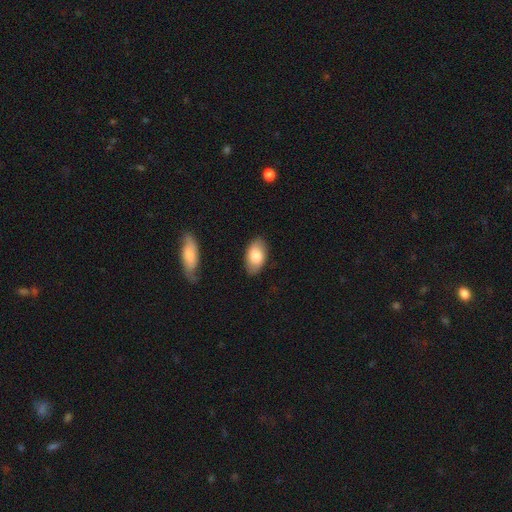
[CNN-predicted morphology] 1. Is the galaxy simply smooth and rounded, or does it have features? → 81% smooth, 12% featured or disk, 6% star or artifact.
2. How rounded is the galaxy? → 94% in between, 4% round, 2% cigar-shaped.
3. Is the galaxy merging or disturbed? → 83% none, 13% minor disturbance, 3% major disturbance, 2% merger.